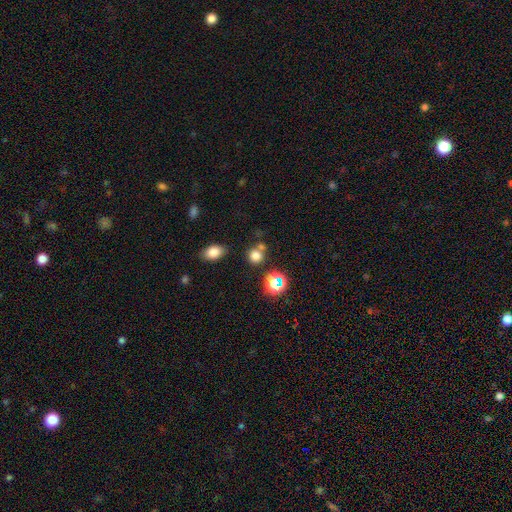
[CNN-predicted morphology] This is likely a smooth galaxy (74%). How rounded: clearly round (85%). Merging: likely none (67%).